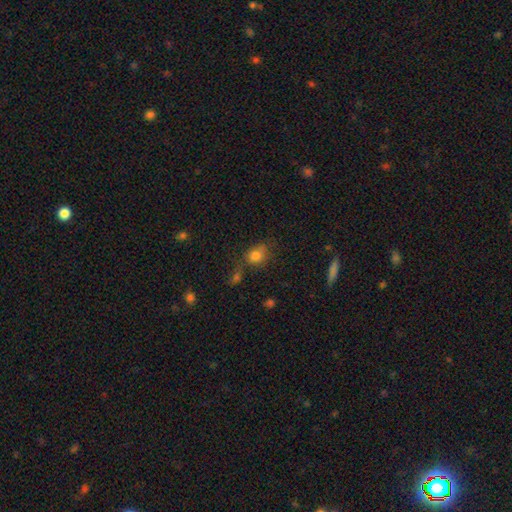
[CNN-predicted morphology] smooth 77%, star or artifact 13%, featured or disk 10%. Down the decision tree: how rounded — round (52%); merging — none (53%).